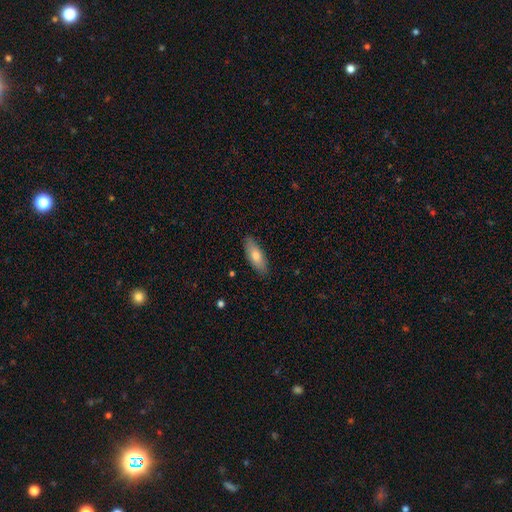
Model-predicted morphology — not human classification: type=smooth (71%); roundness=in between (66%); merging=none (87%).